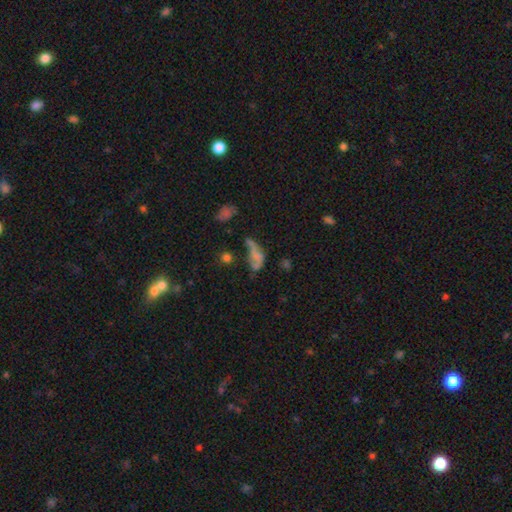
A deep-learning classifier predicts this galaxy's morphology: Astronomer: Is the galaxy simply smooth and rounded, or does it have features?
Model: smooth — 49% (runner-up: featured or disk, 32%).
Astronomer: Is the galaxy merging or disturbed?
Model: major disturbance — 36% (runner-up: none, 24%).